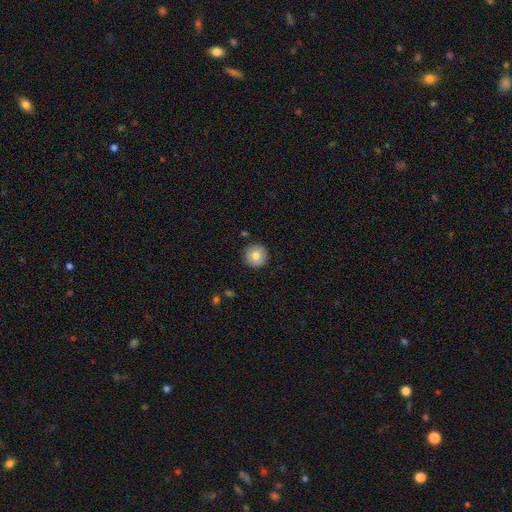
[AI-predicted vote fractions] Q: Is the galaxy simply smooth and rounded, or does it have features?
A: smooth — 80%.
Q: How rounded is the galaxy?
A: round — 96%.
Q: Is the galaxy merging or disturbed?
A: none — 91%.